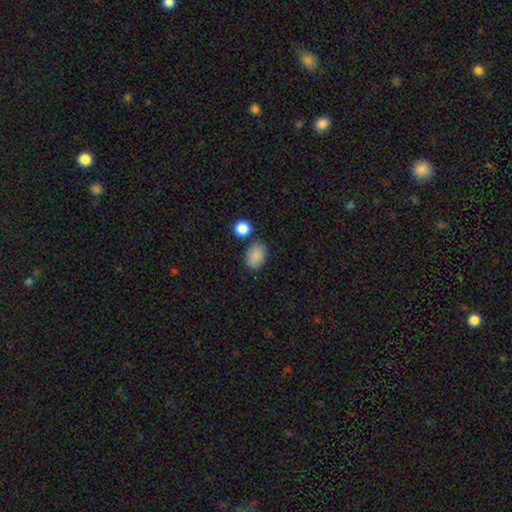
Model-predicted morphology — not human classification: Smooth or featured? smooth (86%)
How rounded? in between (83%)
Merging? none (74%)